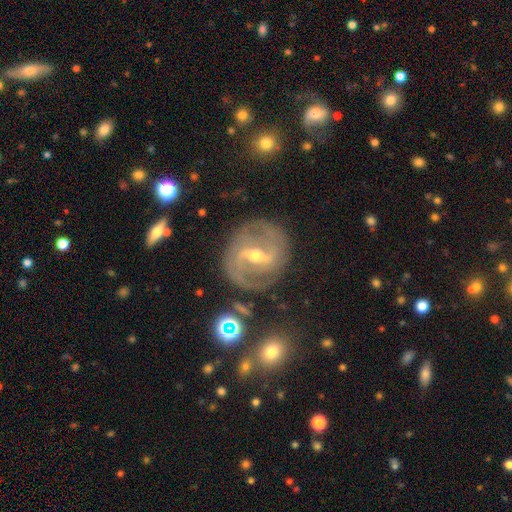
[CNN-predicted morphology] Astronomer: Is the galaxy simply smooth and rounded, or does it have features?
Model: featured or disk — 87%.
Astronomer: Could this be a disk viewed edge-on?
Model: no — 96%.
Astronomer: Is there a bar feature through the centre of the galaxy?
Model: strong — 53% (runner-up: weak, 37%).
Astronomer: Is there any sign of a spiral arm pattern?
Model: yes — 95%.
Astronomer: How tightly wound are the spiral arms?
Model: medium — 49% (runner-up: tight, 36%).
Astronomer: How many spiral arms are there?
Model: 2 — 78%.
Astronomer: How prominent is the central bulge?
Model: moderate — 54% (runner-up: small, 42%).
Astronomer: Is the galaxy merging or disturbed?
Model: none — 79%.